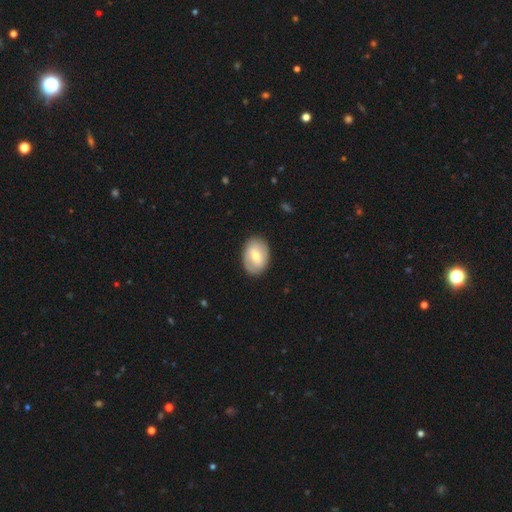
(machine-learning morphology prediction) Smooth or featured? Predicted: smooth (p=0.54). How rounded? Predicted: in between (p=0.76). Merging? Predicted: none (p=0.86).